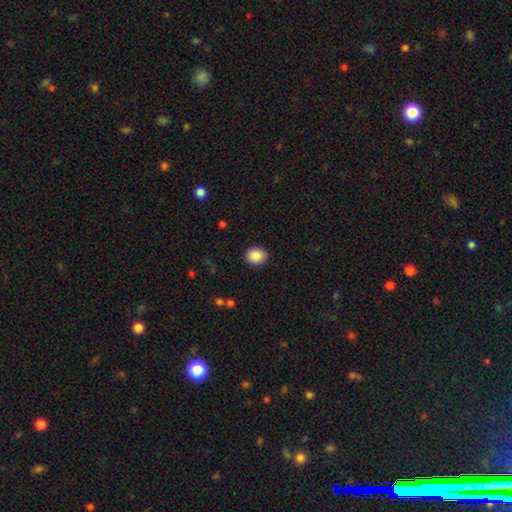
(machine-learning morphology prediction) type=smooth (88%); roundness=round (68%); merging=none (91%).